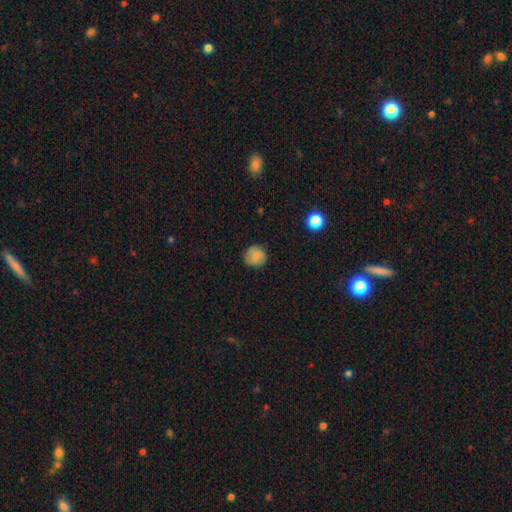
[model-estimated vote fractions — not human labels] smooth 74%, featured or disk 18%, star or artifact 8%. Down the decision tree: how rounded — round (88%); merging — none (83%).